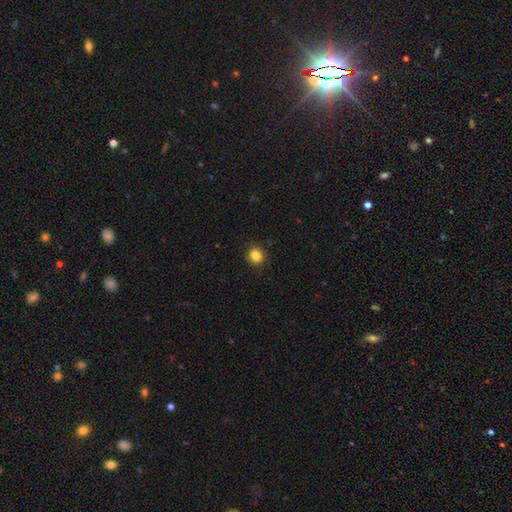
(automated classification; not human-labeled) smooth 85%, star or artifact 11%, featured or disk 4%. Down the decision tree: how rounded — round (88%); merging — none (91%).